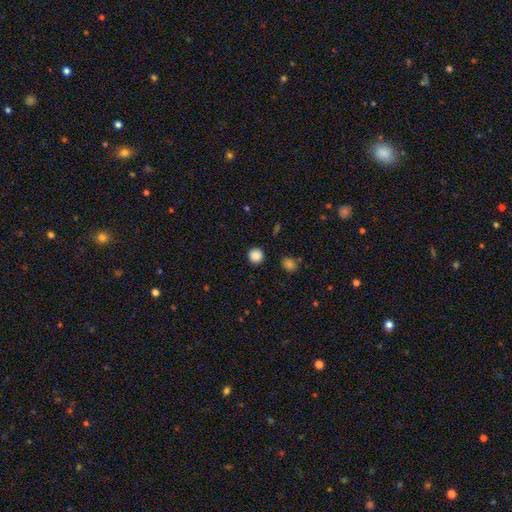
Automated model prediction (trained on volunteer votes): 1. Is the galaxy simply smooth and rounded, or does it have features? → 87% smooth, 10% star or artifact, 3% featured or disk.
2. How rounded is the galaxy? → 94% round, 5% in between, 1% cigar-shaped.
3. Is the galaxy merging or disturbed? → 91% none, 6% minor disturbance, 2% major disturbance, 2% merger.